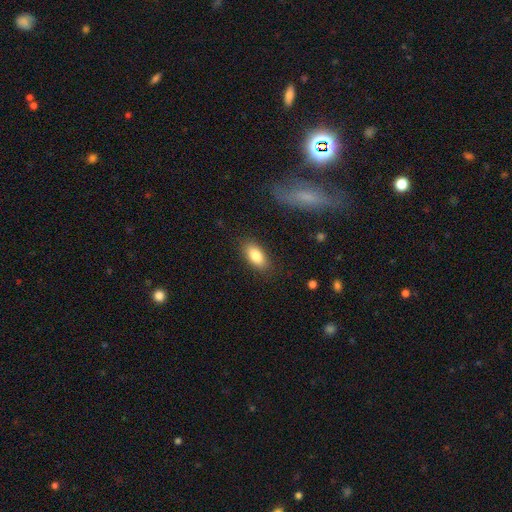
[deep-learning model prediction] Smooth or featured: smooth — 84% (featured or disk — 9%)
How rounded: in between — 89% (cigar-shaped — 7%)
Merging: none — 86% (minor disturbance — 10%)